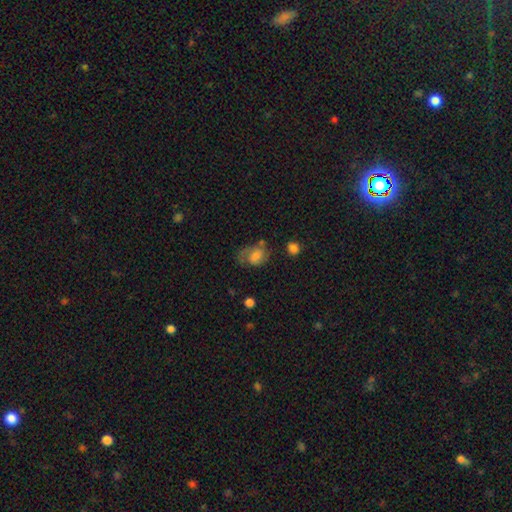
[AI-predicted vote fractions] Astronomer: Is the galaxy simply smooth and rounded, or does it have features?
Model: smooth — 55% (runner-up: featured or disk, 33%).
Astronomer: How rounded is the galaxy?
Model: in between — 67%.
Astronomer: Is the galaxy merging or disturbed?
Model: none — 41% (runner-up: minor disturbance, 28%).